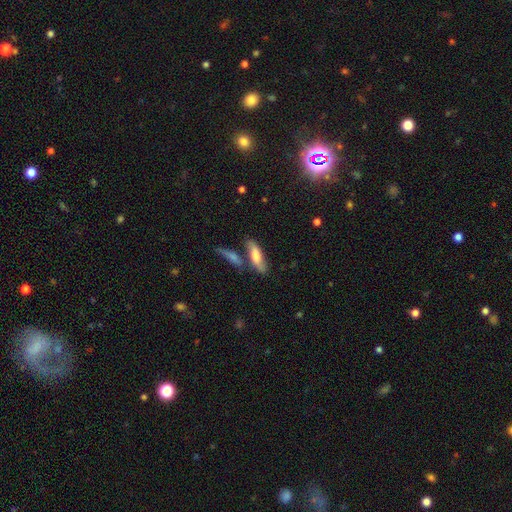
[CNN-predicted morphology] smooth-or-featured: smooth: 61% | featured or disk: 32% | star or artifact: 7%
  how-rounded: in between: 52% | cigar-shaped: 45% | round: 3%
  merging: none: 60% | merger: 18% | minor disturbance: 17% | major disturbance: 5%